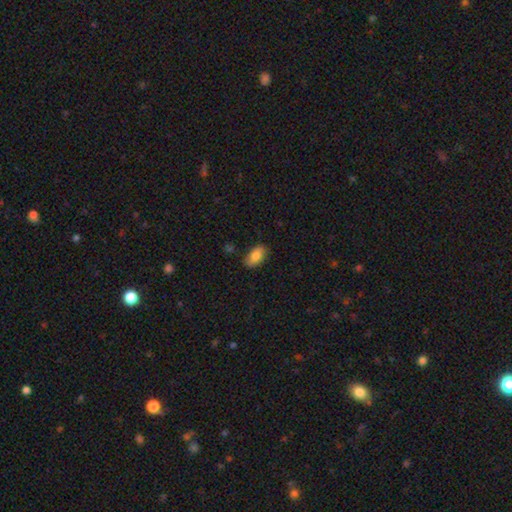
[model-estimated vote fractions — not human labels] Smooth or featured? smooth (82%)
How rounded? in between (92%)
Merging? none (84%)